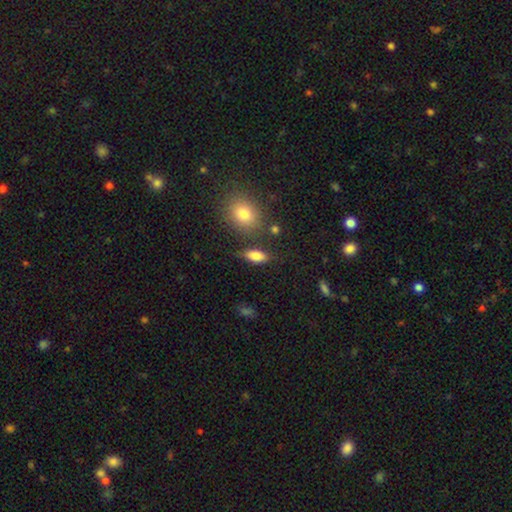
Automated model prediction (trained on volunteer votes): A smooth galaxy with no disk features (81%) that is in between round and cigar-shaped (84%). Merging: none (71%).